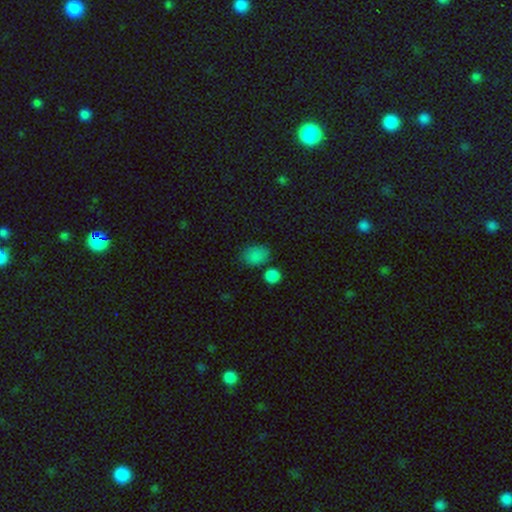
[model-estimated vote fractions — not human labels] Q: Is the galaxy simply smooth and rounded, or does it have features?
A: smooth — 83%.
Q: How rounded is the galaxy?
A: in between — 72%.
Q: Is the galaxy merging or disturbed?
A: none — 67%.